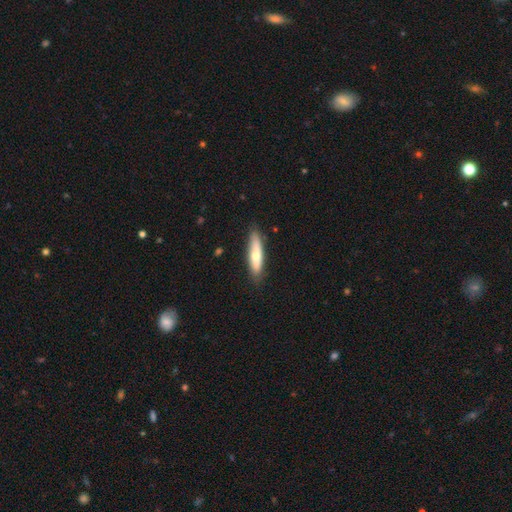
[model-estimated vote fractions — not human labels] Smooth or featured: smooth — 61% (featured or disk — 33%)
How rounded: cigar-shaped — 68% (in between — 30%)
Merging: none — 84% (minor disturbance — 12%)